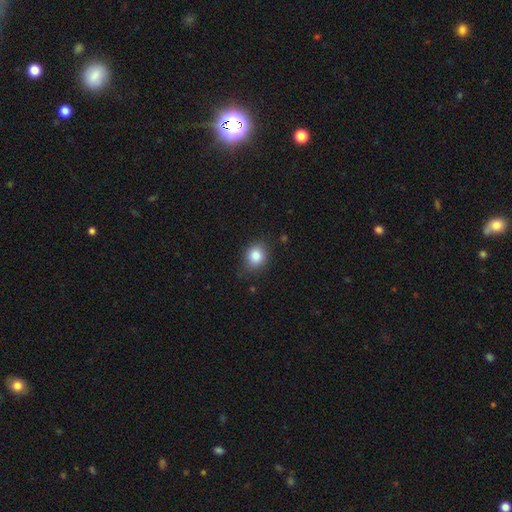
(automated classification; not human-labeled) Q: Smooth or featured?
A: smooth (85%); runner-up: star or artifact (10%)
Q: How rounded?
A: round (65%); runner-up: in between (34%)
Q: Merging?
A: none (80%); runner-up: minor disturbance (15%)